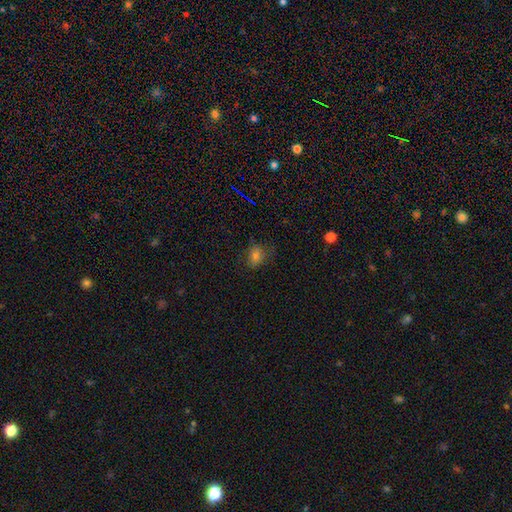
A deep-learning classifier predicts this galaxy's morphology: Smooth or featured? Predicted: smooth (p=0.72). How rounded? Predicted: in between (p=0.53). Merging? Predicted: none (p=0.67).